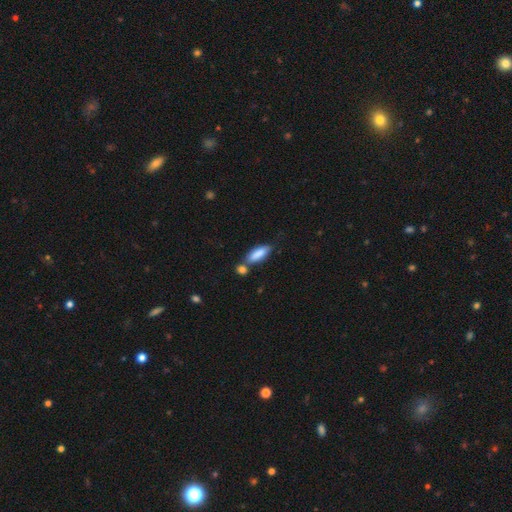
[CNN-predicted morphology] Overall: smooth (85%). How rounded: in between (64%; cigar-shaped 34%). Merging: none (55%; merger 27%).